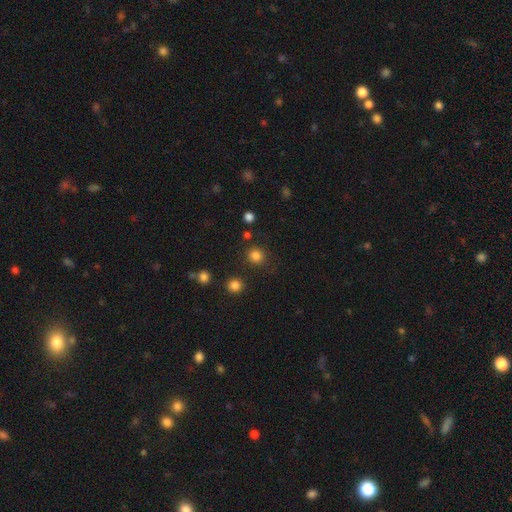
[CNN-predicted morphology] smooth-or-featured: smooth: 82% | star or artifact: 14% | featured or disk: 4%
  how-rounded: round: 89% | in between: 10% | cigar-shaped: 1%
  merging: none: 85% | minor disturbance: 8% | merger: 4% | major disturbance: 3%